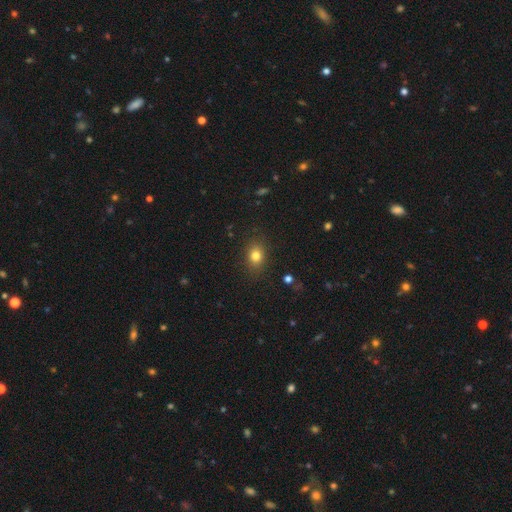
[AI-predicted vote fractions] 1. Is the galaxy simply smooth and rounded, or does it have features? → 80% smooth, 13% star or artifact, 8% featured or disk.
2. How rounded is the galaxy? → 54% in between, 45% round, 1% cigar-shaped.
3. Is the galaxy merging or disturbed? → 86% none, 10% minor disturbance, 3% major disturbance, 1% merger.